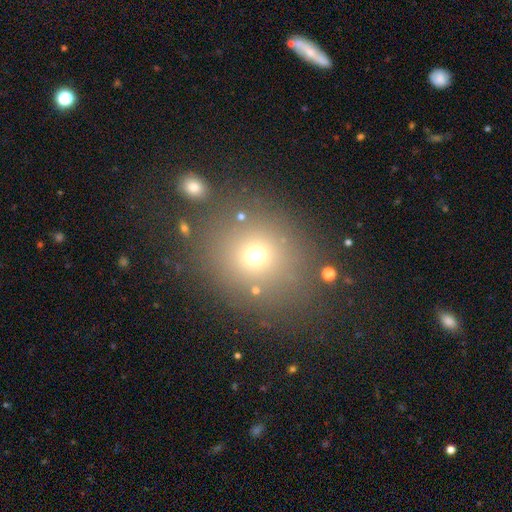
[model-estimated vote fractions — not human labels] The model was most divided on "smooth or featured": smooth: 67%, star or artifact: 23%, featured or disk: 11%. More confident: how rounded — round (84%); merging — none (78%).